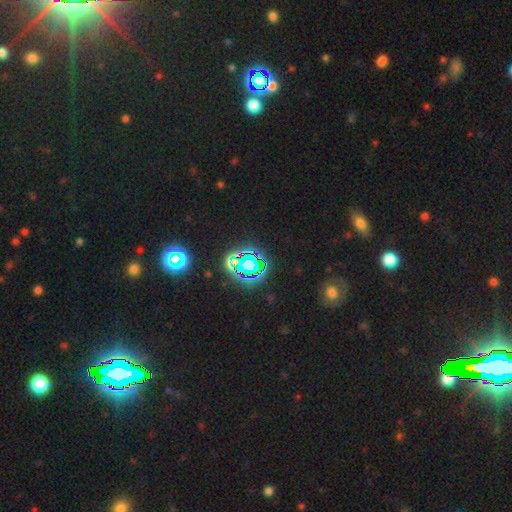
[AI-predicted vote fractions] Overall: star or artifact (74%).